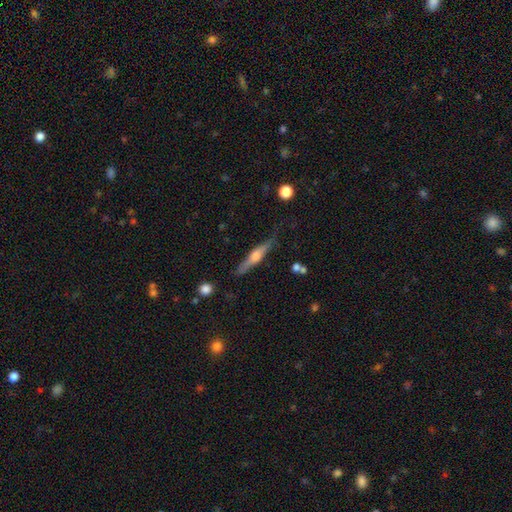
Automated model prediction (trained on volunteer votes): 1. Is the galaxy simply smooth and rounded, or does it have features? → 66% featured or disk, 28% smooth, 6% star or artifact.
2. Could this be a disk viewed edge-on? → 96% yes, 4% no.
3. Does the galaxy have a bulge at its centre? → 88% rounded, 7% boxy, 5% none.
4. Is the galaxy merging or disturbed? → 81% none, 14% minor disturbance, 3% major disturbance, 2% merger.